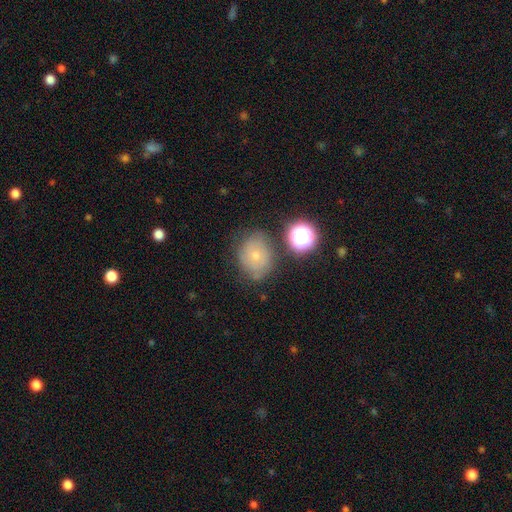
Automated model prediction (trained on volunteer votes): A smooth galaxy with no disk features (54%) that is round (60%).

Vote fractions:
- Smooth or featured? smooth: 54% / featured or disk: 31% / star or artifact: 16%
- How rounded? round: 60% / in between: 39% / cigar-shaped: 1%
- Merging? none: 66% / minor disturbance: 21% / major disturbance: 7% / merger: 5%